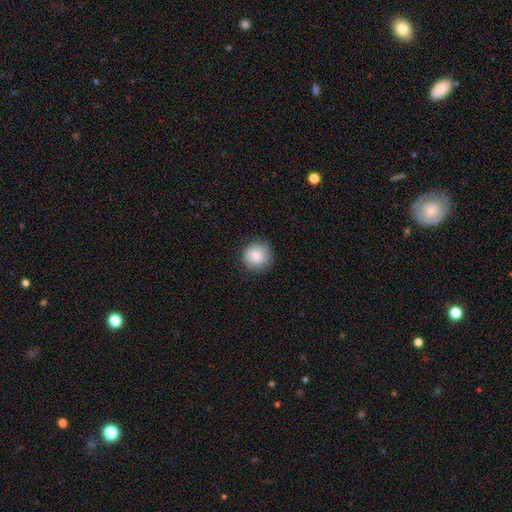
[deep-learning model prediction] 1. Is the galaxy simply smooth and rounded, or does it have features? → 84% smooth, 8% star or artifact, 8% featured or disk.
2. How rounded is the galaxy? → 94% round, 5% in between, 1% cigar-shaped.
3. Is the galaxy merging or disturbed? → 85% none, 12% minor disturbance, 3% major disturbance, 1% merger.